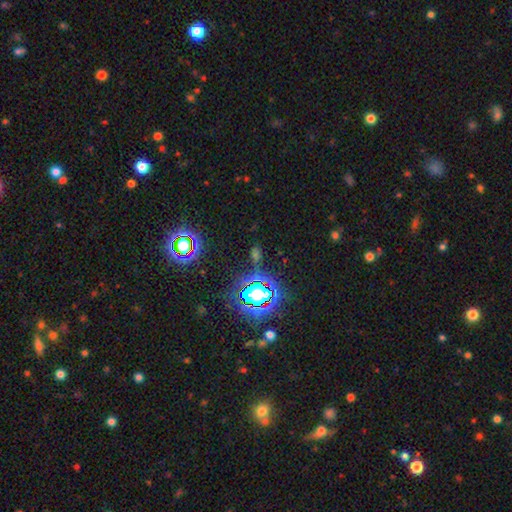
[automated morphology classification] This appears to be a star or artifact, not a galaxy (64%).